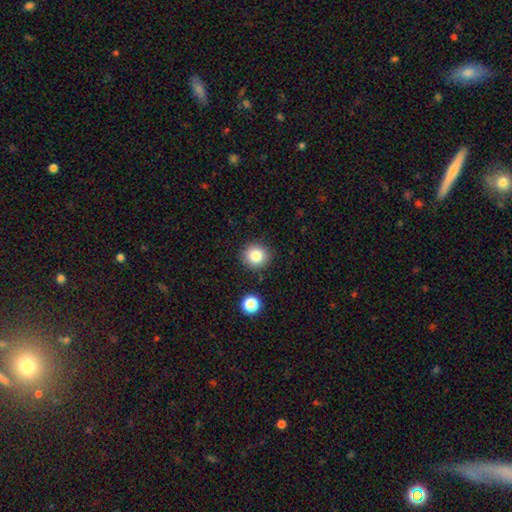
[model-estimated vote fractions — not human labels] Smooth or featured? smooth (84%)
How rounded? round (92%)
Merging? none (88%)